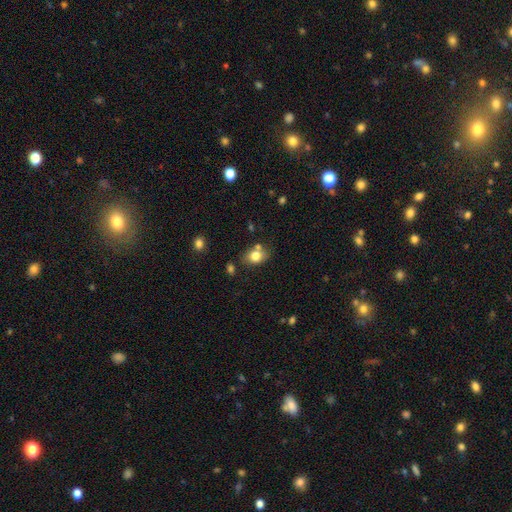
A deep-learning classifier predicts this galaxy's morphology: A smooth galaxy with no disk features (79%) that is in between round and cigar-shaped (61%). Merging: none (68%).